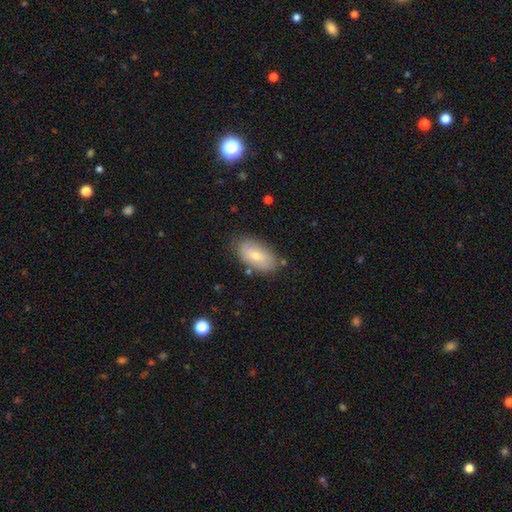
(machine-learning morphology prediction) type=smooth (74%); roundness=in between (93%); merging=none (79%).